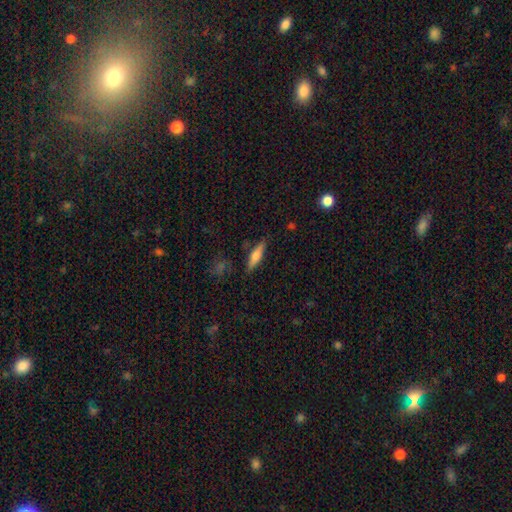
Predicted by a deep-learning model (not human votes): This is possibly a smooth galaxy (58%). How rounded: likely cigar-shaped (69%). Merging: clearly none (84%).